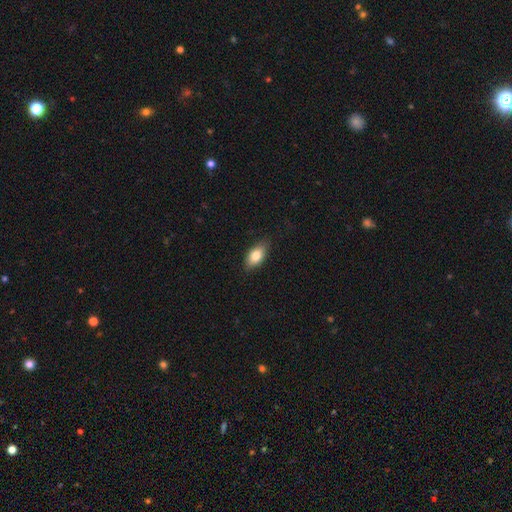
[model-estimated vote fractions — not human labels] Smooth or featured? Predicted: smooth (p=0.81). How rounded? Predicted: in between (p=0.89). Merging? Predicted: none (p=0.83).